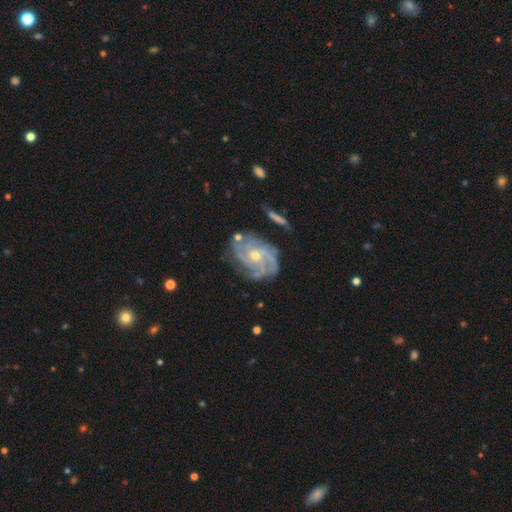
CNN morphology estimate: The model was most divided on "spiral arm count": 3: 27%, can't tell: 23%, 4: 23%, 2: 14%, more than 4: 8%, 1: 6%. More confident: edge-on disk — no (97%); spiral arms — yes (97%); smooth or featured — featured or disk (88%); merging — none (72%); bar — no (71%); spiral winding — tight (60%); bulge size — small (55%).